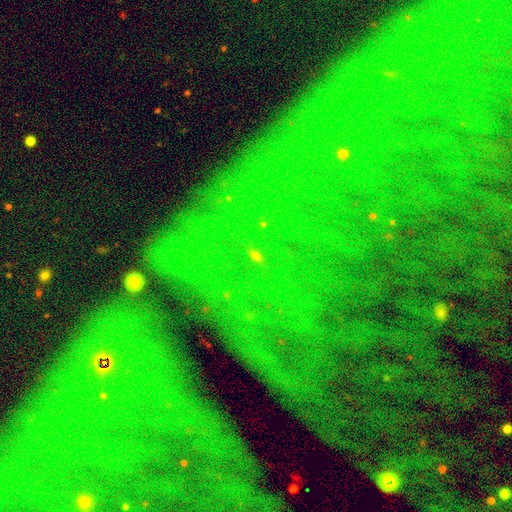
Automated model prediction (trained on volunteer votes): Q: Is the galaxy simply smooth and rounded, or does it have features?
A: star or artifact — 81%.